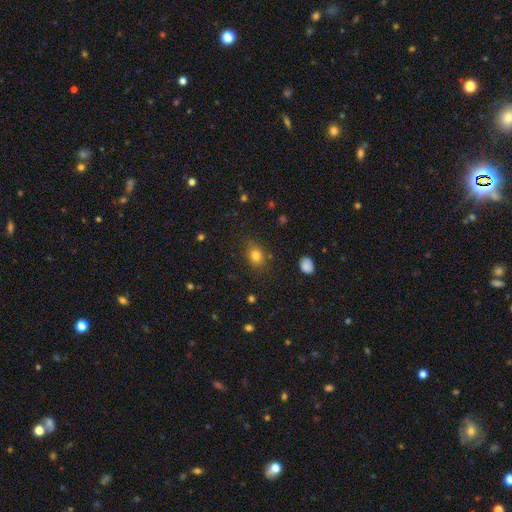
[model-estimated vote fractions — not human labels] Smooth or featured?
  - smooth: 79% *
  - star or artifact: 13%
  - featured or disk: 8%
How rounded?
  - in between: 50% *
  - round: 49%
  - cigar-shaped: 1%
Merging?
  - none: 81% *
  - minor disturbance: 13%
  - major disturbance: 4%
  - merger: 2%